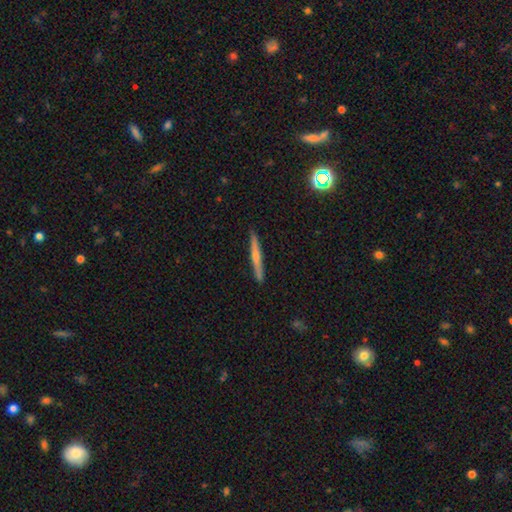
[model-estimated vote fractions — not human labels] A featured or disk galaxy (61%) viewed edge-on (96%) with a rounded central bulge (71%).

Vote fractions:
- Smooth or featured? featured or disk: 61% / smooth: 29% / star or artifact: 10%
- Edge-on disk? yes: 96% / no: 4%
- Edge-on bulge? rounded: 71% / none: 23% / boxy: 7%
- Merging? none: 89% / minor disturbance: 8% / major disturbance: 2% / merger: 2%